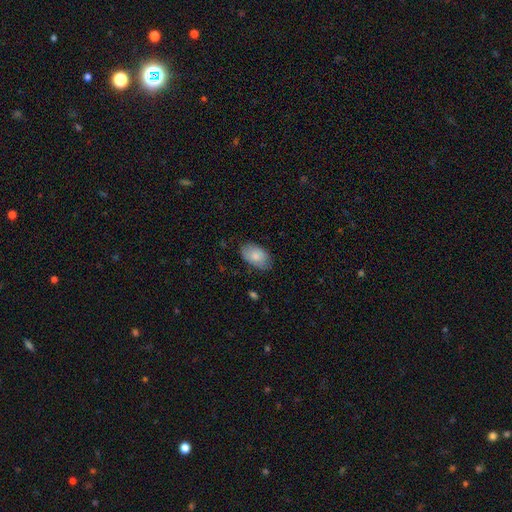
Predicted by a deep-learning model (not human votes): The model was most divided on "merging": none: 78%, minor disturbance: 18%, major disturbance: 3%, merger: 1%. More confident: how rounded — in between (92%); smooth or featured — smooth (82%).